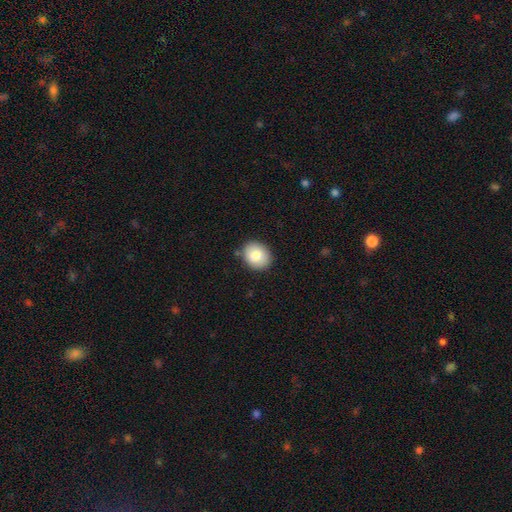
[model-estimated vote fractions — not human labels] This appears to be a smooth galaxy with no disk features (82%) that is round (58%). Merging: none (86%).